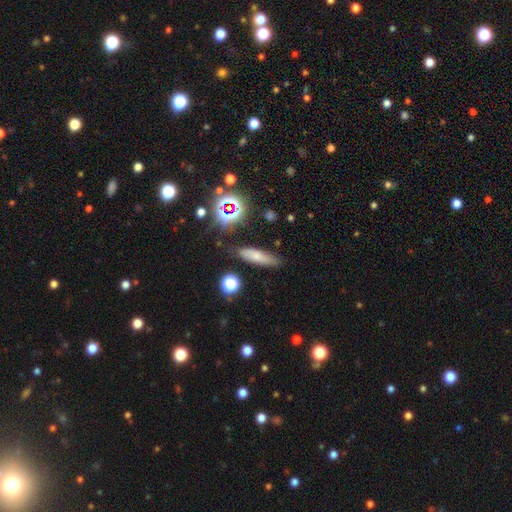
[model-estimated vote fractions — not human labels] smooth_or_featured: smooth (p=0.66) [alt: featured or disk p=0.19]
how_rounded: cigar-shaped (p=0.59) [alt: in between p=0.37]
merging: none (p=0.78) [alt: minor disturbance p=0.14]